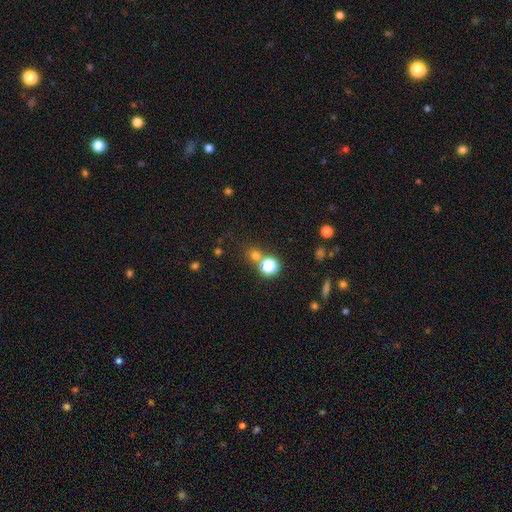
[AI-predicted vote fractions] smooth 65%, star or artifact 28%, featured or disk 7%. Down the decision tree: how rounded — round (90%); merging — none (70%).